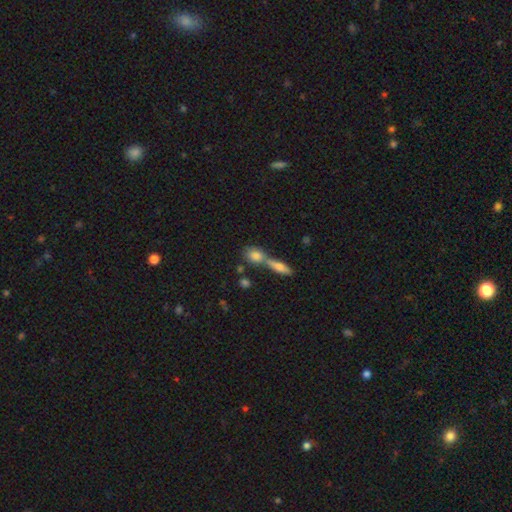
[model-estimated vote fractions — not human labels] smooth-or-featured: smooth: 77% | featured or disk: 14% | star or artifact: 9%
  how-rounded: in between: 60% | round: 28% | cigar-shaped: 12%
  merging: merger: 48% | none: 40% | minor disturbance: 9% | major disturbance: 3%